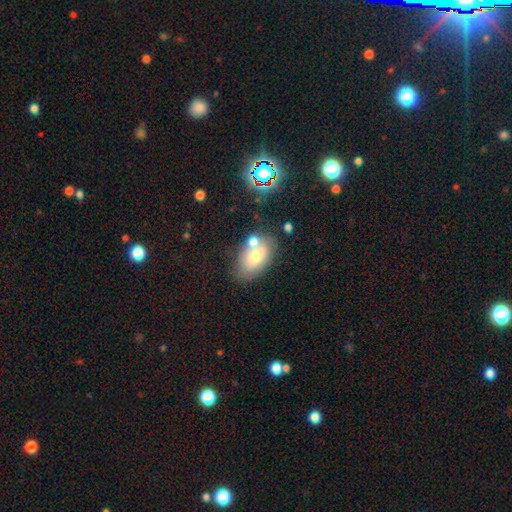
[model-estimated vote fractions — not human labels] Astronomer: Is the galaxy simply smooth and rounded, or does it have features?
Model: smooth — 65%.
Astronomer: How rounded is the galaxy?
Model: in between — 88%.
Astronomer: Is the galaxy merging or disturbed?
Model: none — 61%.